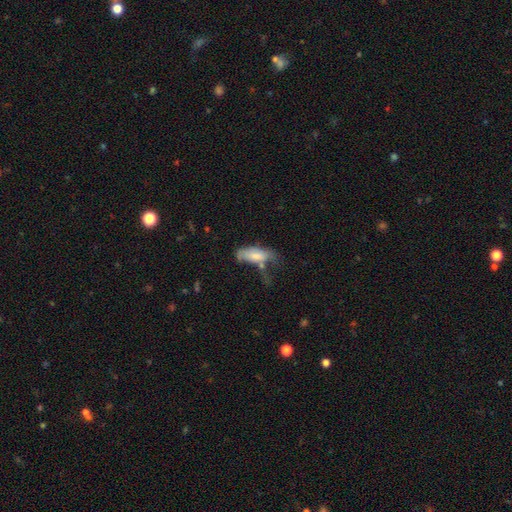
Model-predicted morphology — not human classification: smooth_or_featured: smooth (p=0.70) [alt: featured or disk p=0.23]
how_rounded: in between (p=0.78) [alt: cigar-shaped p=0.20]
merging: major disturbance (p=0.30) [alt: none p=0.27]